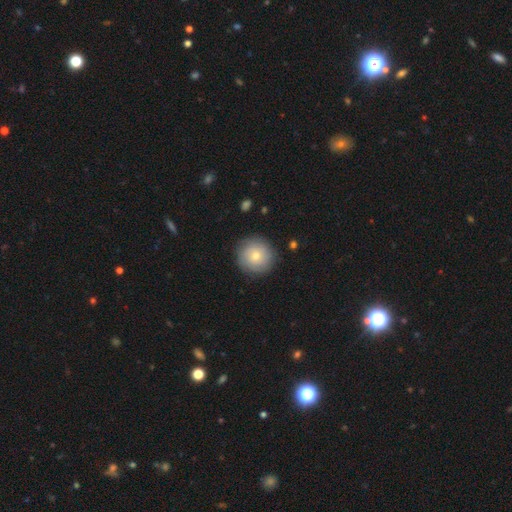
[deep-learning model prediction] Q: Smooth or featured?
A: smooth (68%); runner-up: featured or disk (24%)
Q: How rounded?
A: round (94%); runner-up: in between (5%)
Q: Merging?
A: none (87%); runner-up: minor disturbance (9%)